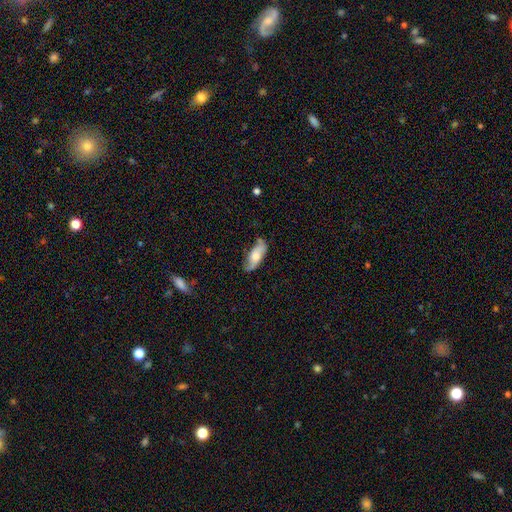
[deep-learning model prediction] Q: Smooth or featured?
A: smooth (49%); runner-up: featured or disk (45%)
Q: Merging?
A: none (64%); runner-up: minor disturbance (26%)